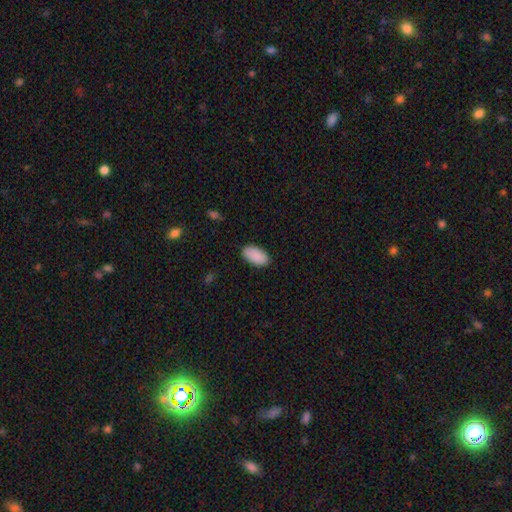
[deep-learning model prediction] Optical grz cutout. It shows a smooth galaxy with no disk features (91%) that is in between round and cigar-shaped (95%). Merging: none (88%).